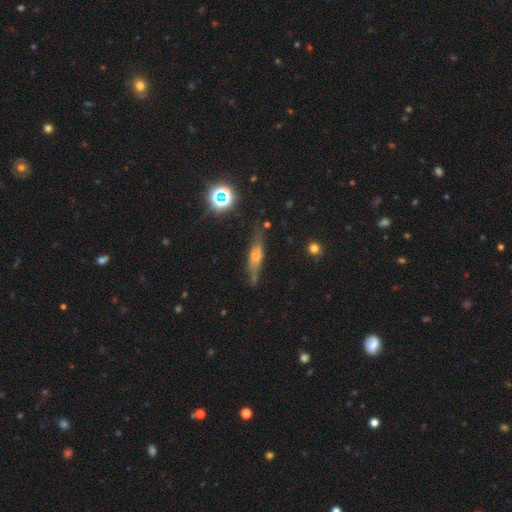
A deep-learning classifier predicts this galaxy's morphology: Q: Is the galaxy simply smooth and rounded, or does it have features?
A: featured or disk — 57%.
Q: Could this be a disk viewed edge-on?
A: yes — 87%.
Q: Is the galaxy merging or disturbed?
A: none — 76%.